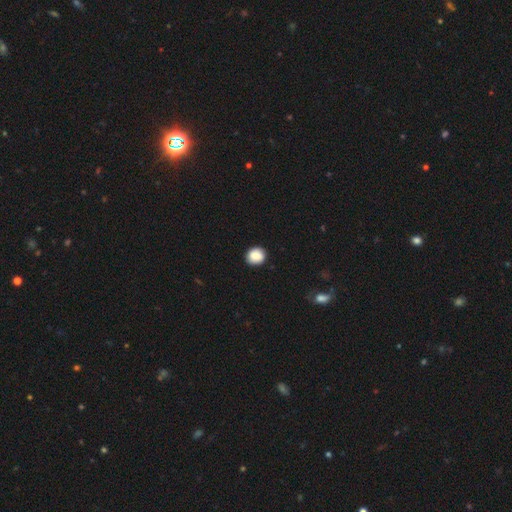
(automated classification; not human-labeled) The model was most divided on "how rounded": round: 82%, in between: 17%, cigar-shaped: 1%. More confident: merging — none (88%); smooth or featured — smooth (88%).